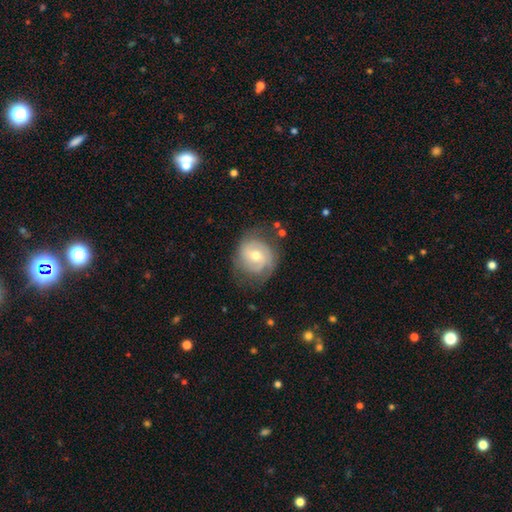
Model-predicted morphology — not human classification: Smooth or featured? featured or disk (66%)
Edge-on disk? no (97%)
Bar? no (51%)
Spiral arms? yes (84%)
Spiral winding? tight (50%)
Spiral arm count? 2 (52%)
Bulge size? moderate (64%)
Merging? none (66%)